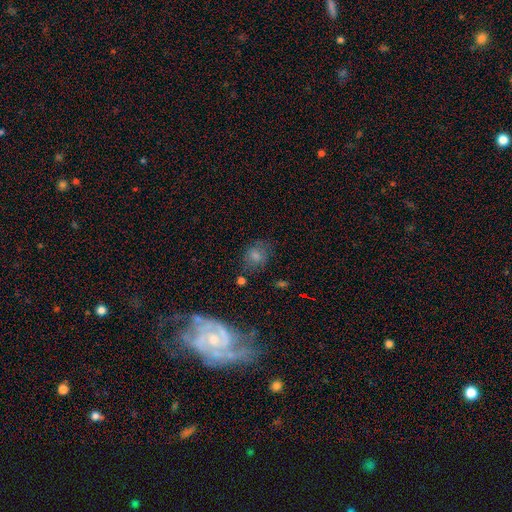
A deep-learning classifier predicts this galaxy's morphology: Q: Smooth or featured?
A: smooth (73%); runner-up: star or artifact (14%)
Q: How rounded?
A: round (62%); runner-up: in between (37%)
Q: Merging?
A: none (67%); runner-up: minor disturbance (21%)